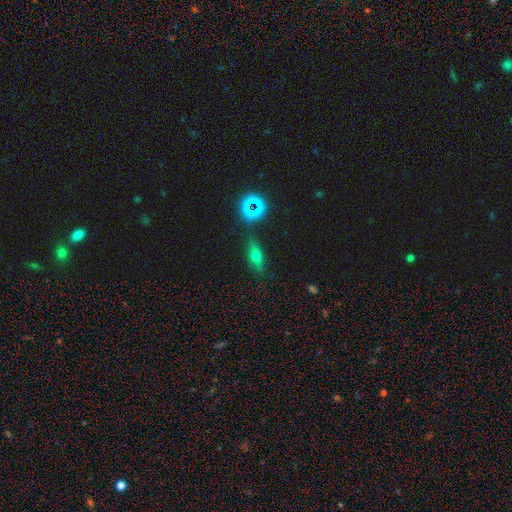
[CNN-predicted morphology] Overall: smooth (45%; featured or disk 35%). Merging: none (84%).